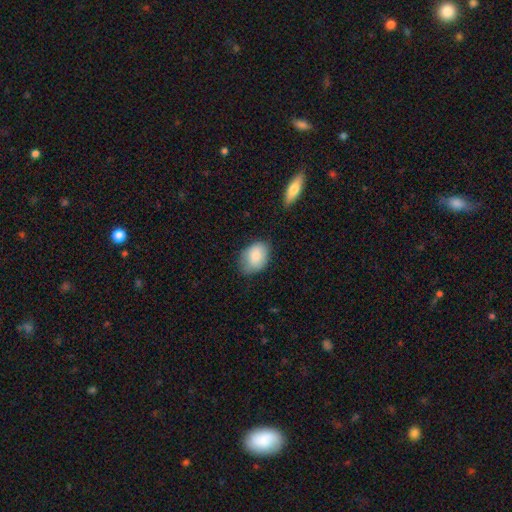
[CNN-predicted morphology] Smooth or featured? Predicted: smooth (p=0.84). How rounded? Predicted: in between (p=0.81). Merging? Predicted: none (p=0.67).